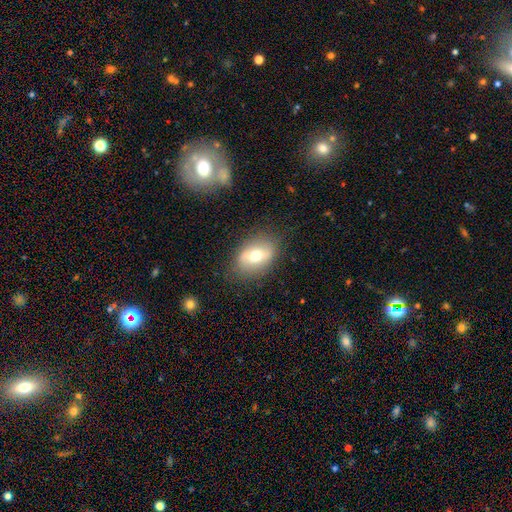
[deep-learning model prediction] Smooth or featured? Predicted: smooth (p=0.54). How rounded? Predicted: in between (p=0.76). Merging? Predicted: none (p=0.80).